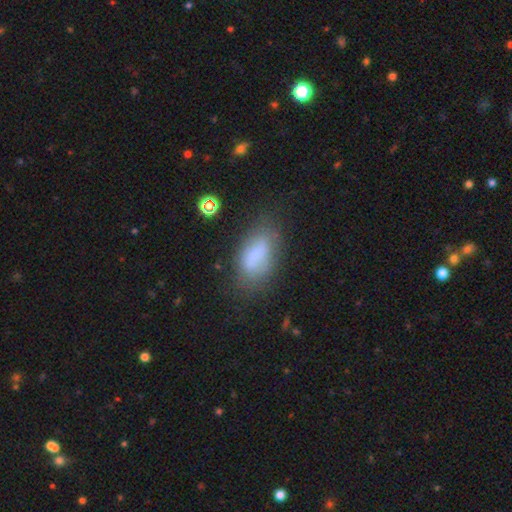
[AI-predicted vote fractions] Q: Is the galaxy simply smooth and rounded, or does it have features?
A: smooth — 66%.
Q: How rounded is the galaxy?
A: in between — 89%.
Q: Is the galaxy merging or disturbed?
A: none — 56%.